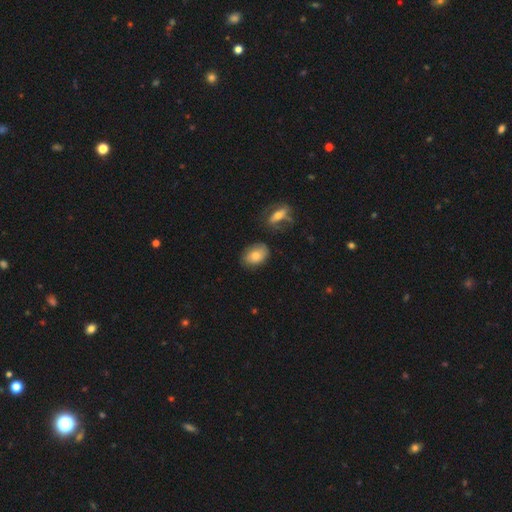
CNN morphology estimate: smooth 75%, featured or disk 17%, star or artifact 8%. Down the decision tree: how rounded — in between (84%); merging — none (73%).